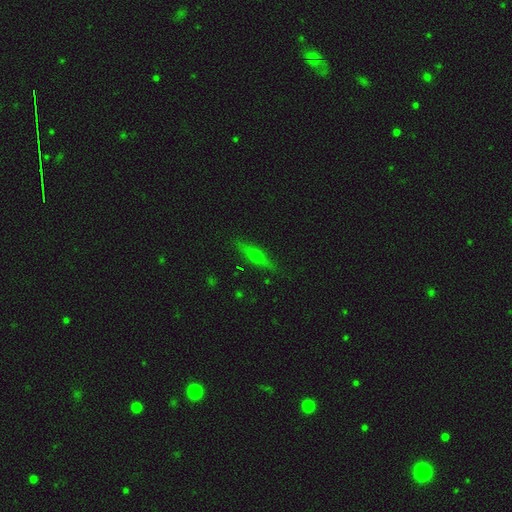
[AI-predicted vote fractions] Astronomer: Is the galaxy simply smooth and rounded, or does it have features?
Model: featured or disk — 50% (runner-up: smooth, 38%).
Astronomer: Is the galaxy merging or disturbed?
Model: none — 86%.